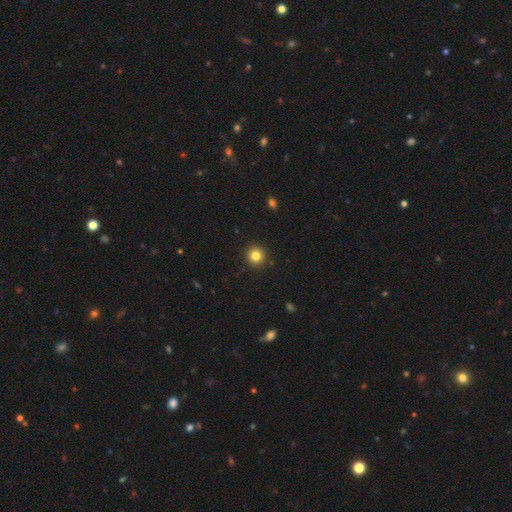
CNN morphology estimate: Overall: smooth (82%). How rounded: round (95%). Merging: none (92%).